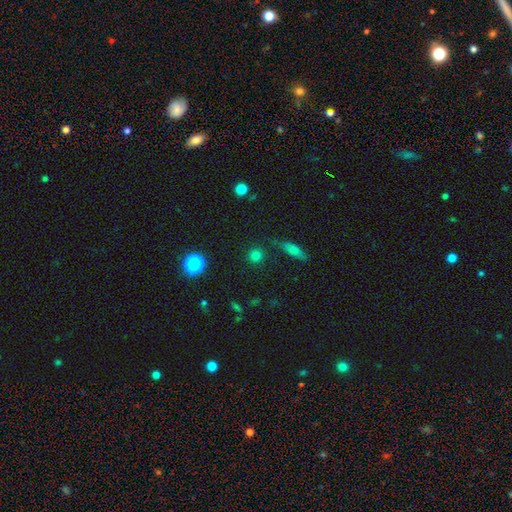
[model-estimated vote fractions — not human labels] smooth 77%, star or artifact 16%, featured or disk 7%. Down the decision tree: how rounded — round (92%); merging — none (85%).